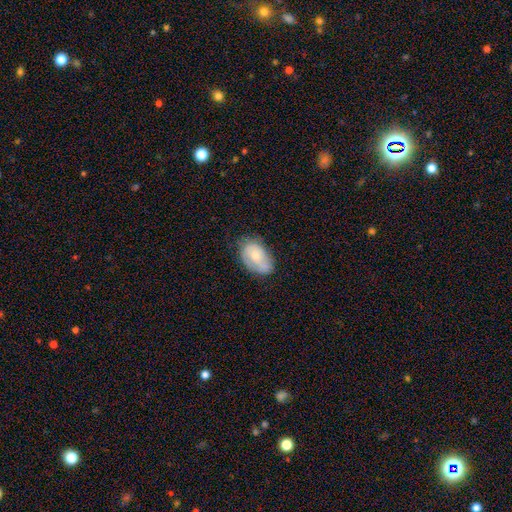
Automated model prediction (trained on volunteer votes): Smooth or featured? Predicted: smooth (p=0.63). How rounded? Predicted: in between (p=0.88). Merging? Predicted: none (p=0.58).